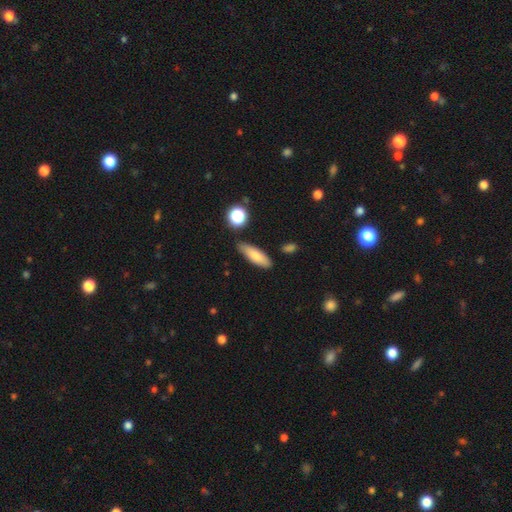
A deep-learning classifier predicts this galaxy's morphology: smooth_or_featured: smooth (p=0.78) [alt: featured or disk p=0.14]
how_rounded: in between (p=0.52) [alt: cigar-shaped p=0.45]
merging: none (p=0.80) [alt: minor disturbance p=0.14]